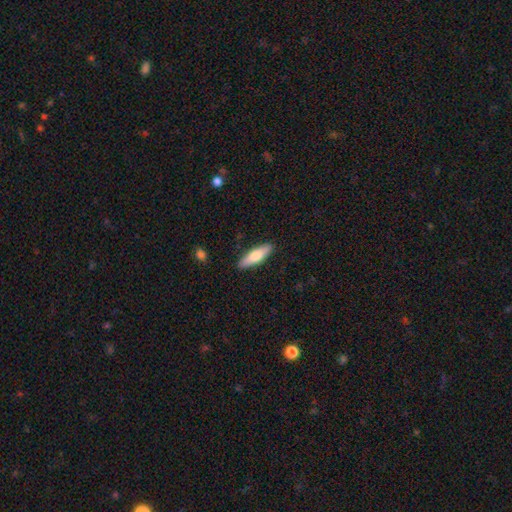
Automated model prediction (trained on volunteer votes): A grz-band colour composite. It shows a smooth galaxy with no disk features (71%) that is cigar-shaped (54%). Merging: none (89%).